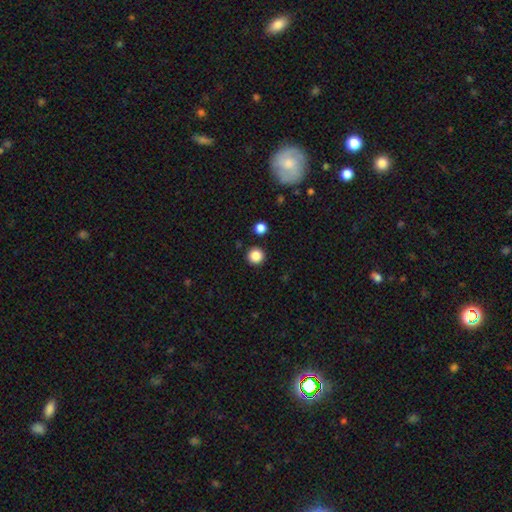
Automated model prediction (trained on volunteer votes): Q: Smooth or featured?
A: smooth (86%); runner-up: star or artifact (11%)
Q: How rounded?
A: round (96%); runner-up: in between (3%)
Q: Merging?
A: none (91%); runner-up: minor disturbance (5%)